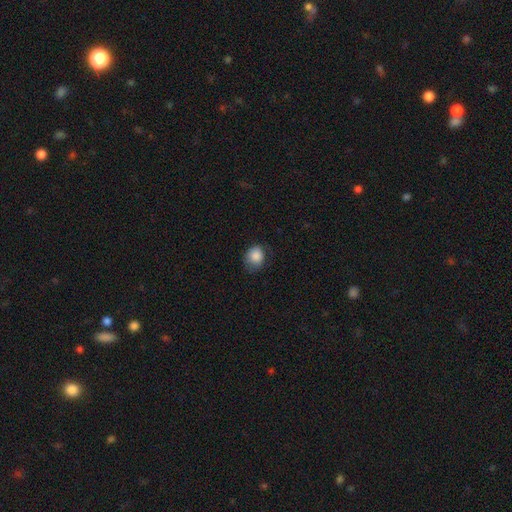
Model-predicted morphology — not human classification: type=smooth (86%); roundness=round (63%); merging=none (62%).